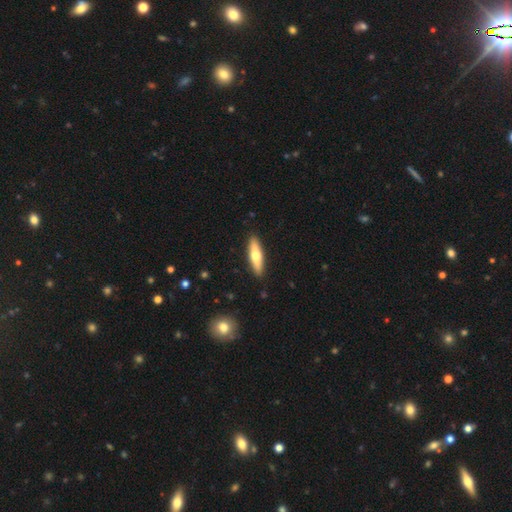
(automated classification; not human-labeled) Overall: smooth (54%; featured or disk 41%). How rounded: cigar-shaped (69%). Merging: none (91%).